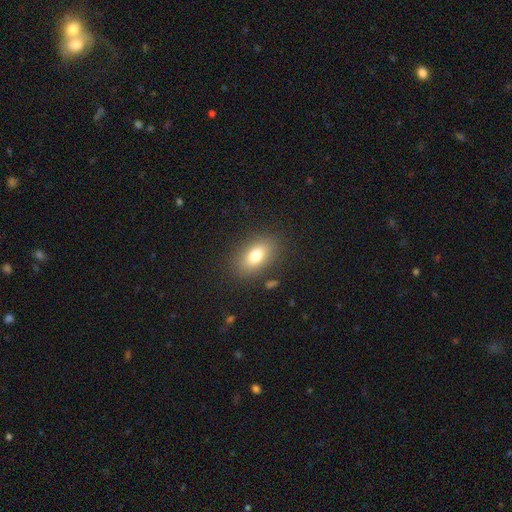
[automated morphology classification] smooth-or-featured: smooth: 77% | featured or disk: 13% | star or artifact: 9%
  how-rounded: in between: 86% | round: 11% | cigar-shaped: 3%
  merging: none: 84% | minor disturbance: 10% | major disturbance: 4% | merger: 2%